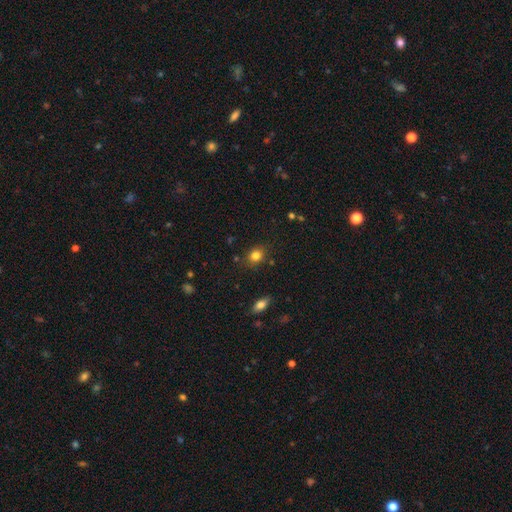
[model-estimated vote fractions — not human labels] Smooth or featured?
  - smooth: 82% *
  - star or artifact: 11%
  - featured or disk: 7%
How rounded?
  - round: 58% *
  - in between: 41%
  - cigar-shaped: 1%
Merging?
  - none: 82% *
  - minor disturbance: 12%
  - major disturbance: 3%
  - merger: 2%